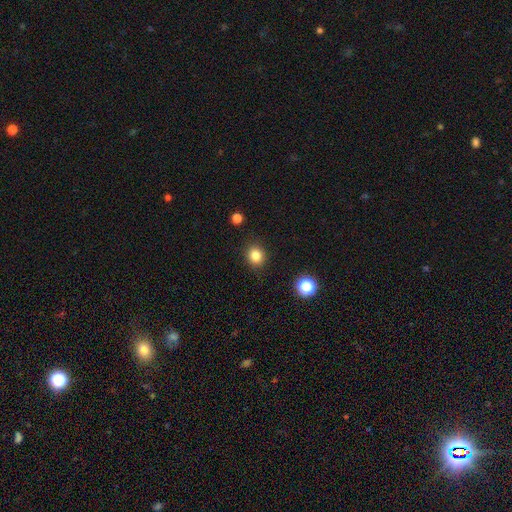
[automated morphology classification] The model was most divided on "how rounded": round: 76%, in between: 23%, cigar-shaped: 1%. More confident: merging — none (89%); smooth or featured — smooth (83%).